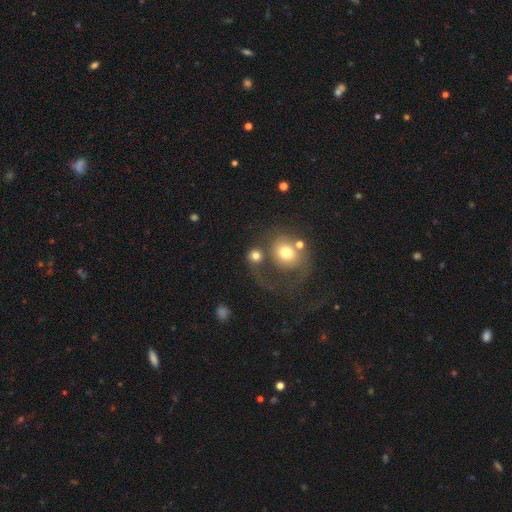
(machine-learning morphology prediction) Smooth or featured? smooth (69%)
How rounded? round (80%)
Merging? none (37%)